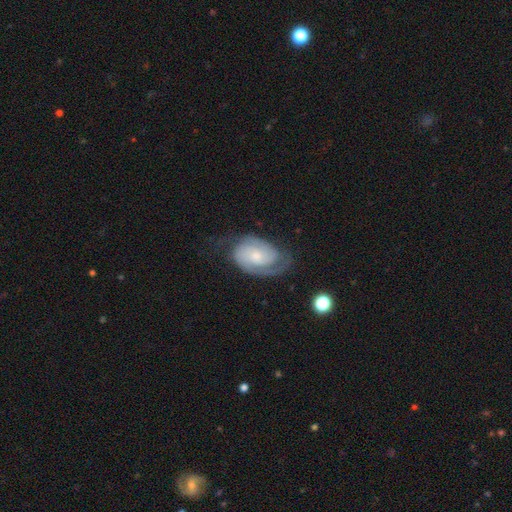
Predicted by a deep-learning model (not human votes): A featured or disk galaxy (79%) with no bar (70%), 2 (66%) tight (53%) spiral arms (94%) and a small central bulge (67%). Merging: none (60%).